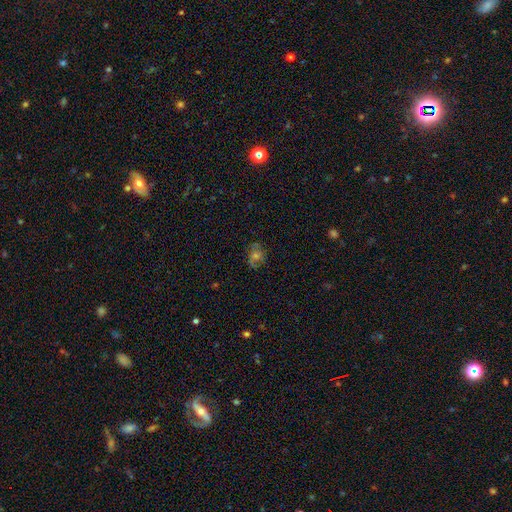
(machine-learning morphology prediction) A featured or disk galaxy (37%). Merging: none (73%).